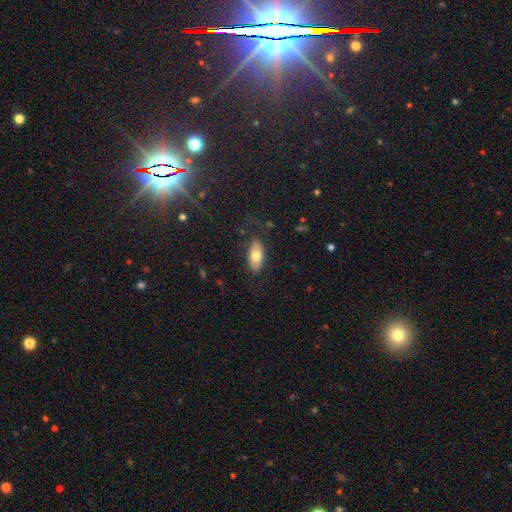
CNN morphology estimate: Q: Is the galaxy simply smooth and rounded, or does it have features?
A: smooth — 71%.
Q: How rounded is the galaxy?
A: in between — 88%.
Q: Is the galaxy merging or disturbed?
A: none — 78%.